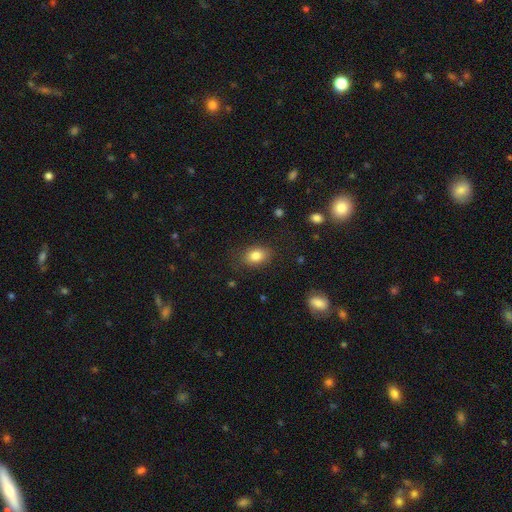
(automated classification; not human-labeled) Smooth or featured?
  - smooth: 83% *
  - star or artifact: 9%
  - featured or disk: 8%
How rounded?
  - in between: 73% *
  - round: 26%
  - cigar-shaped: 1%
Merging?
  - none: 79% *
  - minor disturbance: 15%
  - major disturbance: 5%
  - merger: 1%